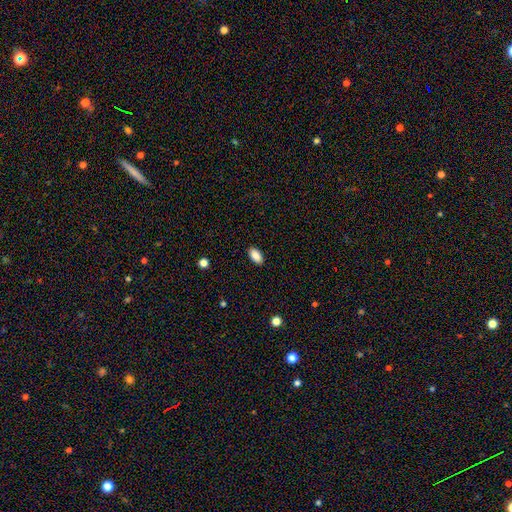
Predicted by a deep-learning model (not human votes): This is clearly a smooth galaxy (89%). How rounded: clearly in between (94%). Merging: clearly none (89%).